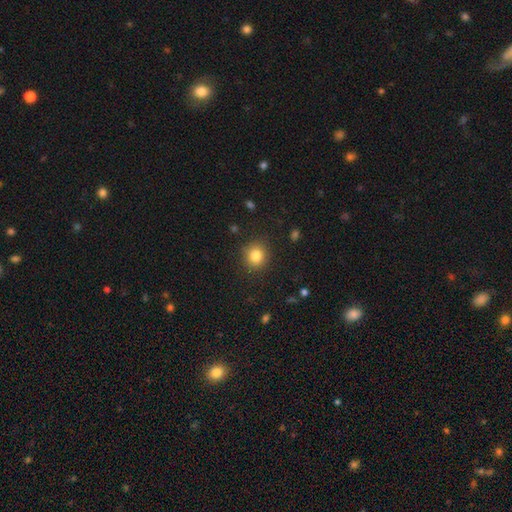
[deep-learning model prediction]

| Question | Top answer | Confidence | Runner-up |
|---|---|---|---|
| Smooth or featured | smooth | 83% | star or artifact (11%) |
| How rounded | round | 83% | in between (16%) |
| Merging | none | 88% | minor disturbance (8%) |